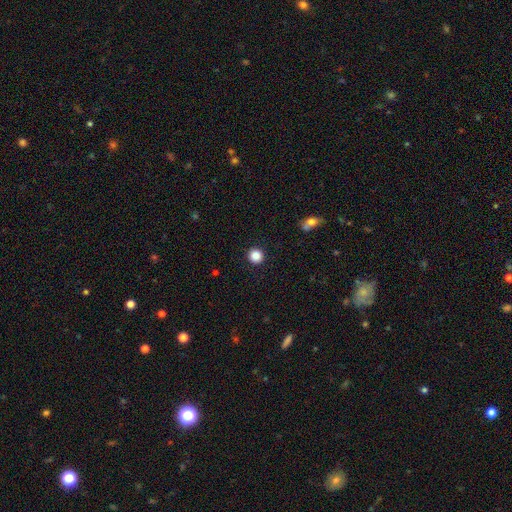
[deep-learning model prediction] A smooth galaxy with no disk features (87%) that is round (94%). Merging: none (93%).